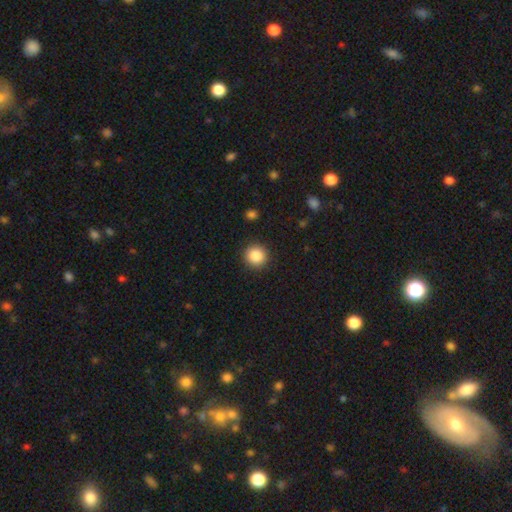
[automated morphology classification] A smooth galaxy with no disk features (86%) that is round (95%).

Vote fractions:
- Smooth or featured? smooth: 86% / star or artifact: 9% / featured or disk: 4%
- How rounded? round: 95% / in between: 4% / cigar-shaped: 1%
- Merging? none: 92% / minor disturbance: 5% / major disturbance: 2% / merger: 1%